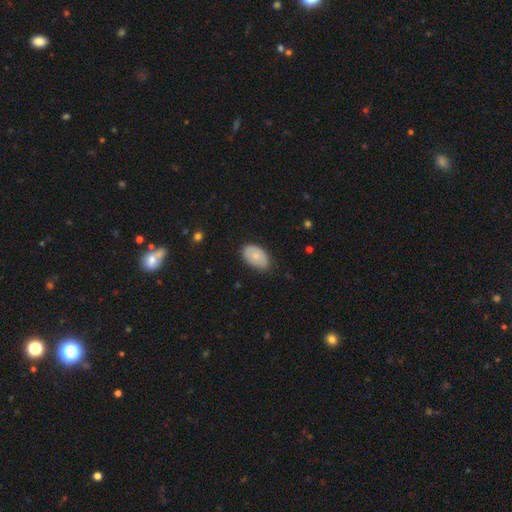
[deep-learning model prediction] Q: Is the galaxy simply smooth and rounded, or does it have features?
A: smooth — 70%.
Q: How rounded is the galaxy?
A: in between — 92%.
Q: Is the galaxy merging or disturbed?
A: none — 70%.